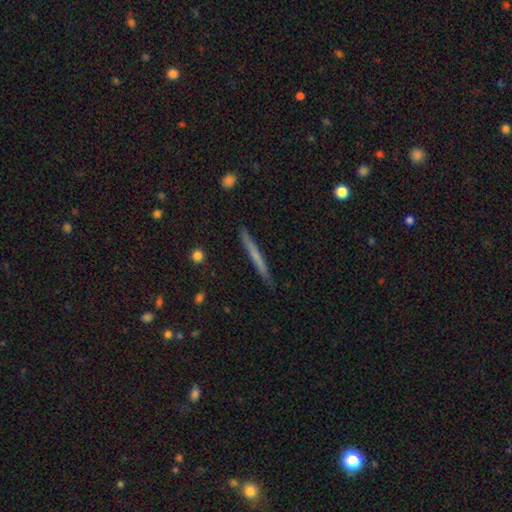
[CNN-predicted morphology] The model was most divided on "smooth or featured": smooth: 52%, featured or disk: 41%, star or artifact: 6%. More confident: how rounded — cigar-shaped (96%); merging — none (90%).